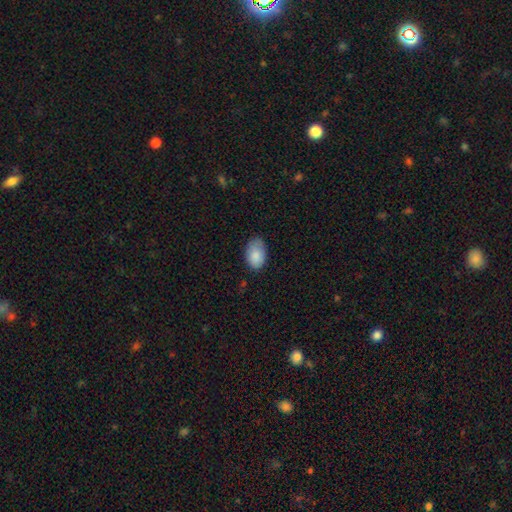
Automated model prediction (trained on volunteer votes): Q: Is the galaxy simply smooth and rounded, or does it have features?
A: smooth — 86%.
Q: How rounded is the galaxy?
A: in between — 89%.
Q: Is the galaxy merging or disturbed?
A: none — 68%.